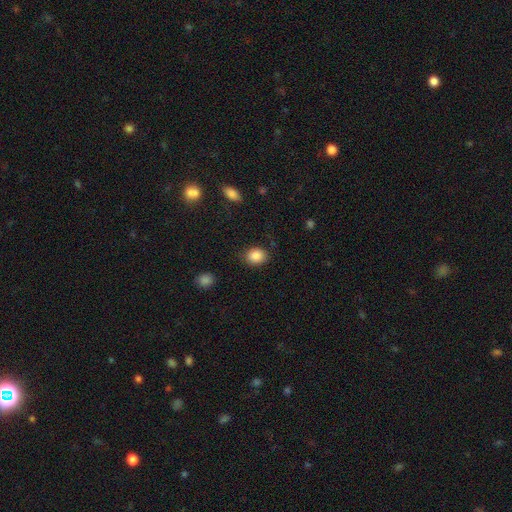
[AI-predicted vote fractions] Smooth or featured? Predicted: smooth (p=0.87). How rounded? Predicted: round (p=0.54). Merging? Predicted: none (p=0.83).